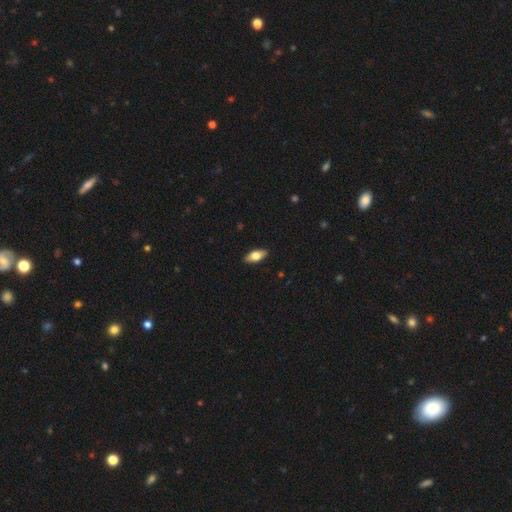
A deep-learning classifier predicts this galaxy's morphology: smooth_or_featured: smooth (p=0.66) [alt: featured or disk p=0.28]
how_rounded: in between (p=0.84) [alt: cigar-shaped p=0.13]
merging: none (p=0.90) [alt: minor disturbance p=0.08]